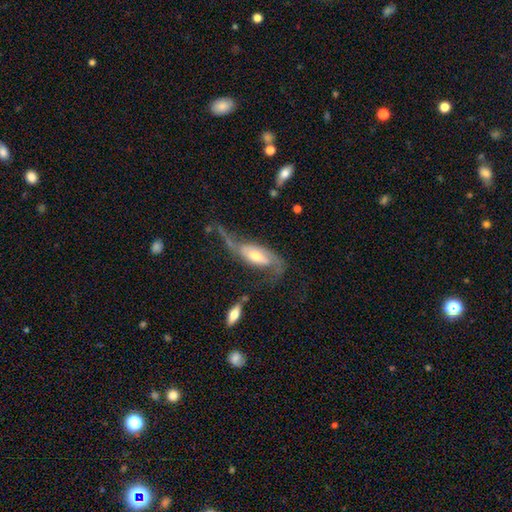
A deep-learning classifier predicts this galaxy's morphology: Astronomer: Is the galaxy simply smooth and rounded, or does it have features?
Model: featured or disk — 80%.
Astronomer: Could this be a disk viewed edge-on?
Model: no — 85%.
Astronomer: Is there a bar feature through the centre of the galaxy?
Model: weak — 40% (runner-up: no, 39%).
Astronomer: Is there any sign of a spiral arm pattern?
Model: yes — 91%.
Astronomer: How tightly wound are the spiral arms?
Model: loose — 66%.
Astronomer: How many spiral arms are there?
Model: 2 — 85%.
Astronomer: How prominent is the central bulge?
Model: moderate — 59%.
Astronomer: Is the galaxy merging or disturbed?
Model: none — 43% (runner-up: major disturbance, 30%).